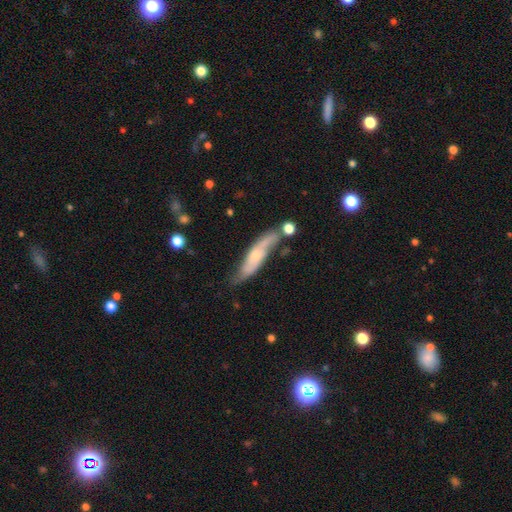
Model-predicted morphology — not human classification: The model was most divided on "edge-on disk": no: 56%, yes: 44%. More confident: smooth or featured — featured or disk (59%); merging — none (57%).